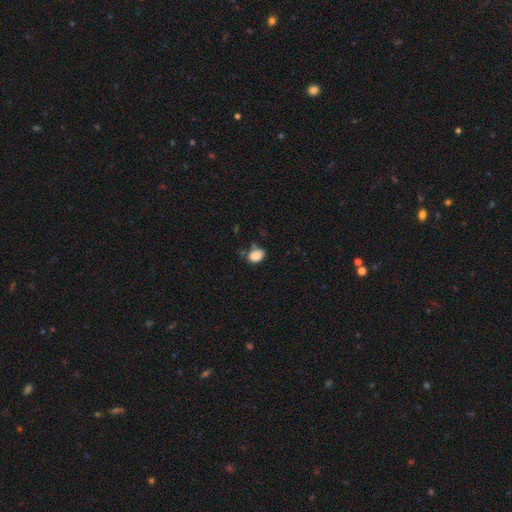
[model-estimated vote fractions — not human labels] Q: Smooth or featured?
A: smooth (86%); runner-up: star or artifact (9%)
Q: How rounded?
A: in between (72%); runner-up: round (27%)
Q: Merging?
A: none (59%); runner-up: minor disturbance (26%)